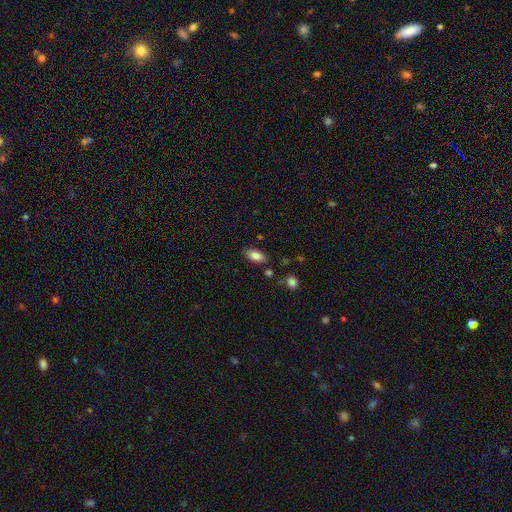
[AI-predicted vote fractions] Q: Smooth or featured?
A: smooth (84%); runner-up: featured or disk (9%)
Q: How rounded?
A: in between (90%); runner-up: cigar-shaped (6%)
Q: Merging?
A: none (80%); runner-up: minor disturbance (13%)